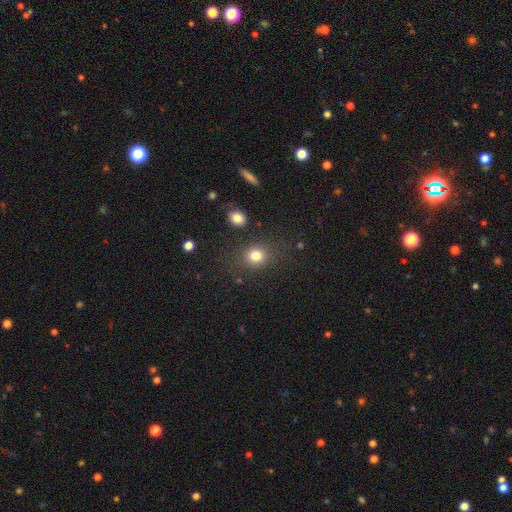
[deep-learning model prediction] Morphology: type=smooth (80%); roundness=round (72%); merging=none (79%).